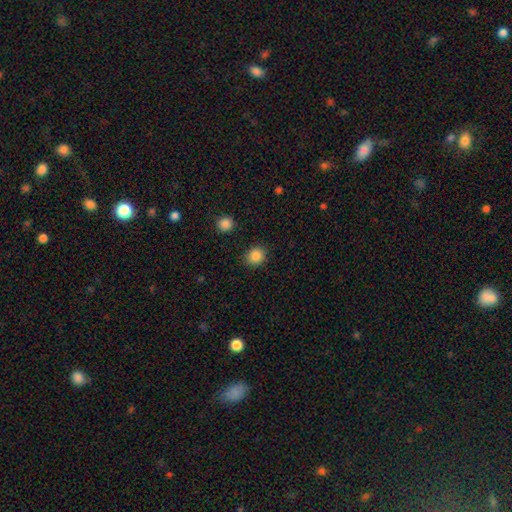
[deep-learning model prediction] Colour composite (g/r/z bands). It shows a smooth galaxy with no disk features (86%) that is round (77%). Merging: none (88%).